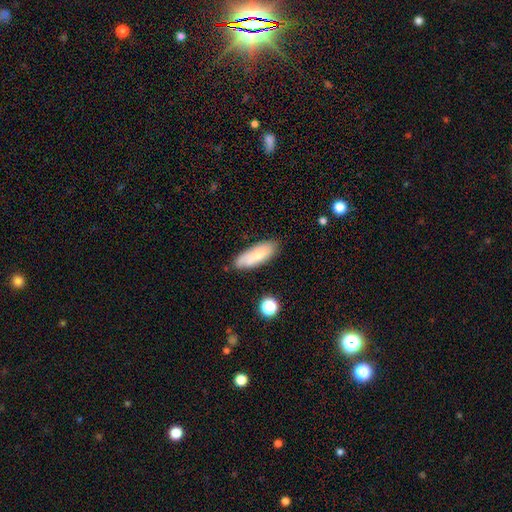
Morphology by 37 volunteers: type=smooth (51%); roundness=in between (63%); merging=none (67%).